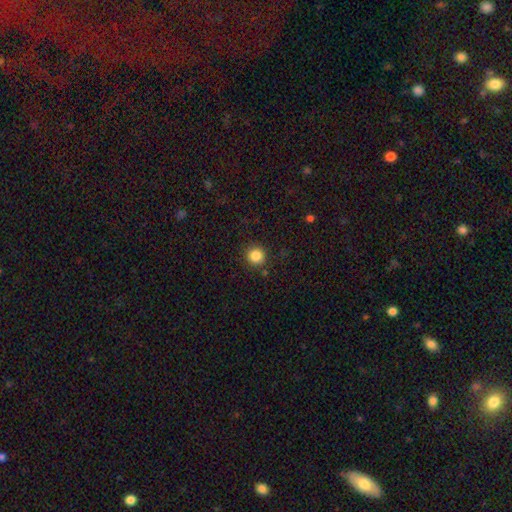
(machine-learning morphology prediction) The model was most divided on "smooth or featured": smooth: 85%, star or artifact: 11%, featured or disk: 4%. More confident: how rounded — round (93%); merging — none (88%).